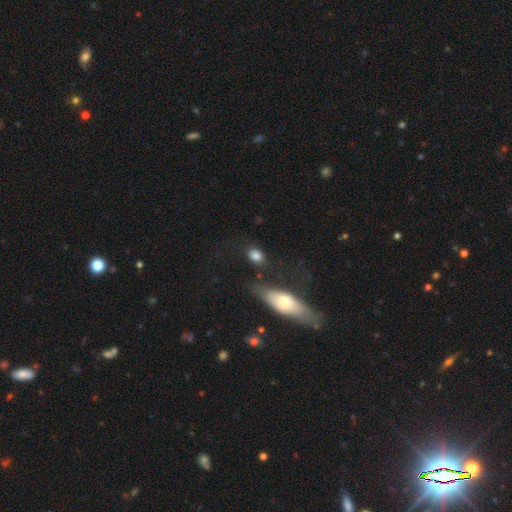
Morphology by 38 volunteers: Q: Smooth or featured?
A: smooth (89%); runner-up: featured or disk (8%)
Q: How rounded?
A: in between (74%); runner-up: round (24%)
Q: Merging?
A: none (57%); runner-up: minor disturbance (30%)